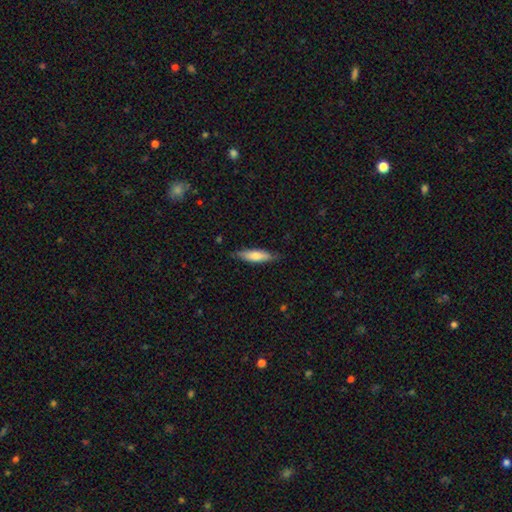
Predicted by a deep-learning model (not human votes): smooth 71%, featured or disk 23%, star or artifact 5%. Down the decision tree: how rounded — cigar-shaped (65%); merging — none (81%).